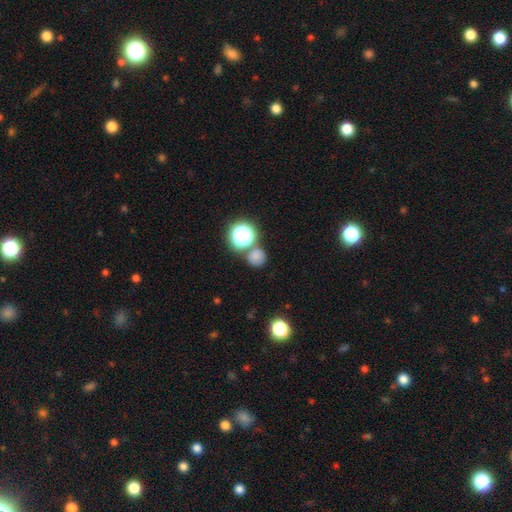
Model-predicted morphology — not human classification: smooth-or-featured: smooth: 72% | star or artifact: 21% | featured or disk: 7%
  how-rounded: round: 89% | in between: 10% | cigar-shaped: 1%
  merging: none: 70% | merger: 17% | minor disturbance: 9% | major disturbance: 4%